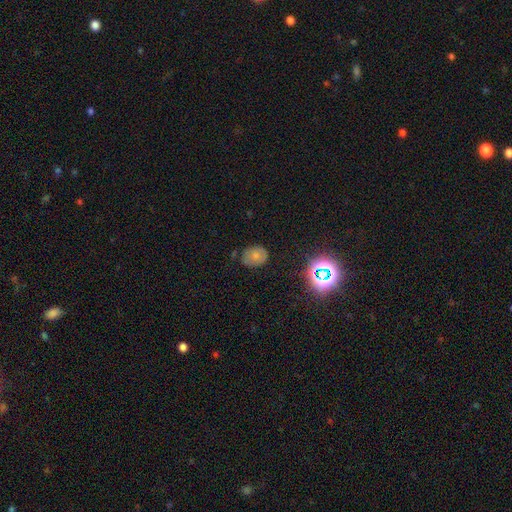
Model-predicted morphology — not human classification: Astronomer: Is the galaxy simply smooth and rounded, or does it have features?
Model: smooth — 65%.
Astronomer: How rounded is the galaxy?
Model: in between — 55% (runner-up: round, 44%).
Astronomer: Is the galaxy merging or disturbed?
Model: none — 70%.